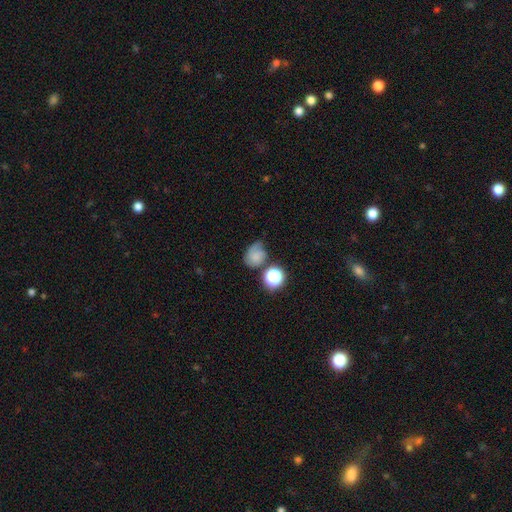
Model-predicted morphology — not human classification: This is possibly a smooth galaxy (58%). How rounded: possibly round (56%). Merging: marginally none (41%).